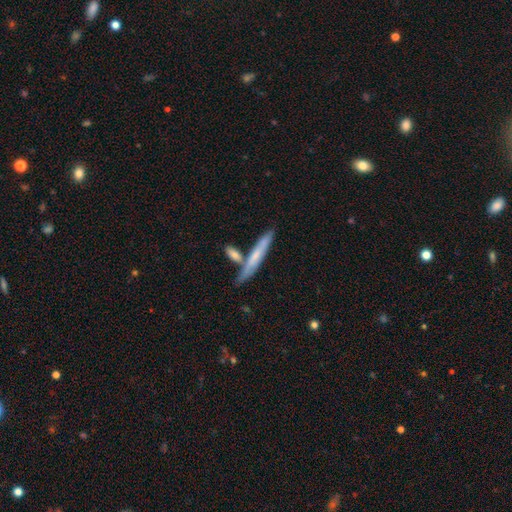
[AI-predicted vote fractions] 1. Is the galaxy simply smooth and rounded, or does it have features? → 55% smooth, 39% featured or disk, 6% star or artifact.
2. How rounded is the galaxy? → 92% cigar-shaped, 7% in between, 2% round.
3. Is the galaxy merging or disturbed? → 65% none, 19% merger, 13% minor disturbance, 3% major disturbance.